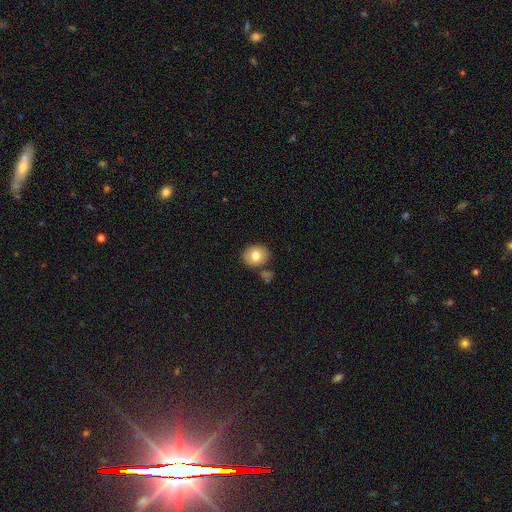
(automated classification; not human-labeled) This is likely a smooth galaxy (78%). How rounded: possibly round (58%). Merging: likely none (79%).